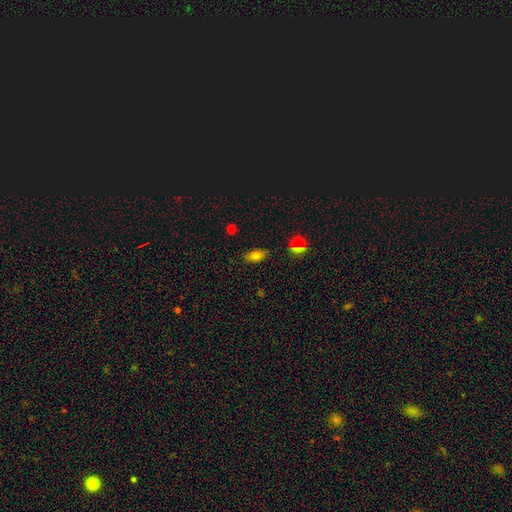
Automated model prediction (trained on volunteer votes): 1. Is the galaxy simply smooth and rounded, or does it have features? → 73% smooth, 16% star or artifact, 11% featured or disk.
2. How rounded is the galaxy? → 86% in between, 9% round, 5% cigar-shaped.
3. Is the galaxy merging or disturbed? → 84% none, 12% minor disturbance, 3% major disturbance, 2% merger.